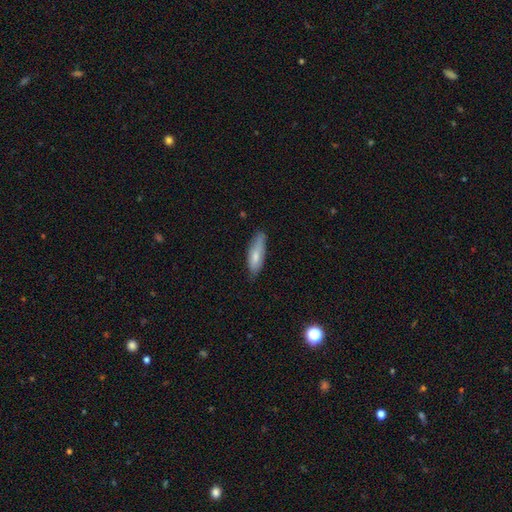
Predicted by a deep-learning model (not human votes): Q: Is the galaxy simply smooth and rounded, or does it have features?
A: smooth — 72%.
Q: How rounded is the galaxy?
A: cigar-shaped — 50%.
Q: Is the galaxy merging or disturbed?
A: none — 71%.